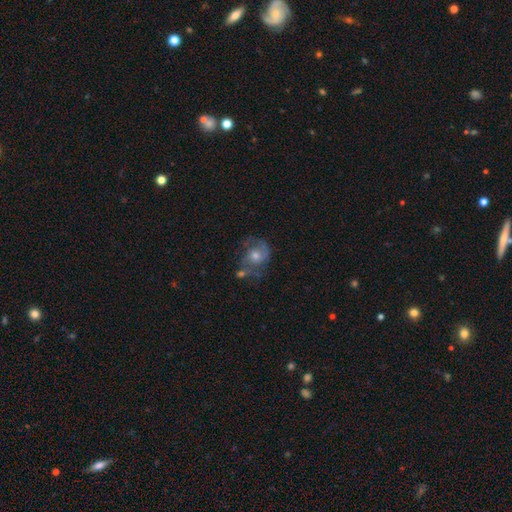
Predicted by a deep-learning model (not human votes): Morphology: type=featured or disk (72%); edge-on=no (97%); bar=no (68%); spiral arms=yes (88%); winding=medium (50%); arm count=2 (70%); bulge=moderate (62%); merging=none (54%).